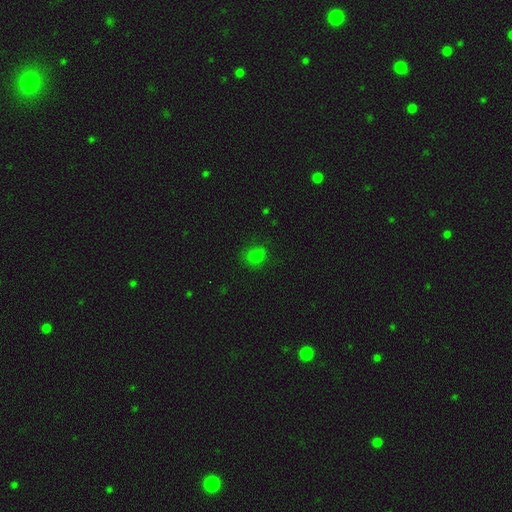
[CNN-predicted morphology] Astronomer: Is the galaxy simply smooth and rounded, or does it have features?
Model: smooth — 76%.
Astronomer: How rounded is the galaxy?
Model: round — 70%.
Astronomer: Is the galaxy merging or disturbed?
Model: none — 77%.